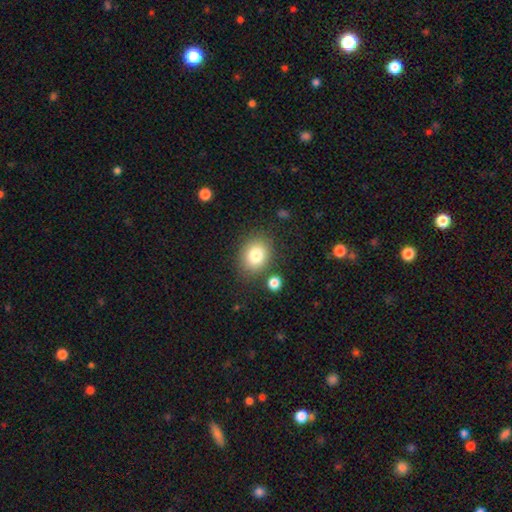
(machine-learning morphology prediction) Smooth or featured: smooth — 81% (star or artifact — 10%)
How rounded: round — 57% (in between — 43%)
Merging: none — 80% (minor disturbance — 10%)